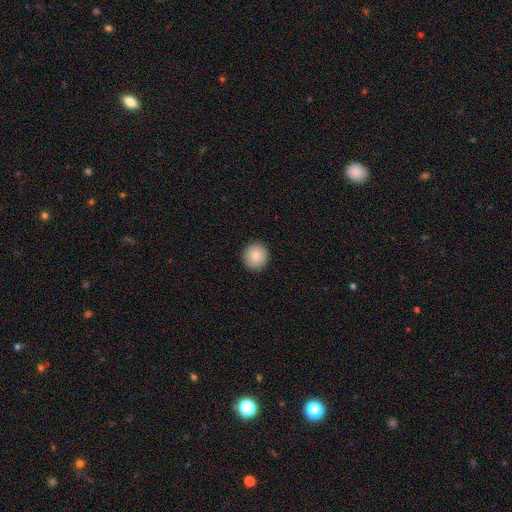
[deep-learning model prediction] smooth_or_featured: smooth (p=0.86) [alt: star or artifact p=0.08]
how_rounded: round (p=0.93) [alt: in between p=0.06]
merging: none (p=0.93) [alt: minor disturbance p=0.05]